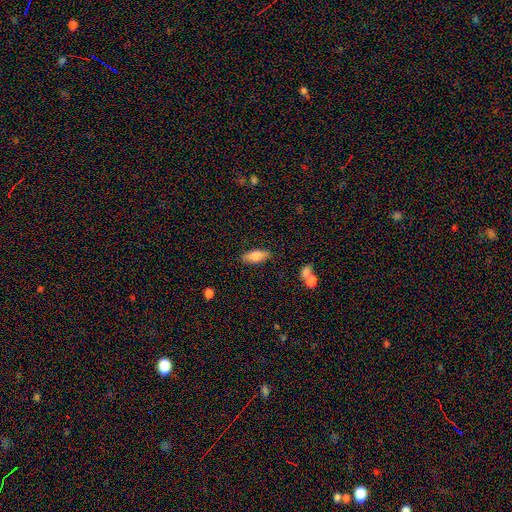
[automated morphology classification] A smooth galaxy with no disk features (78%) that is in between round and cigar-shaped (77%). Merging: none (84%).